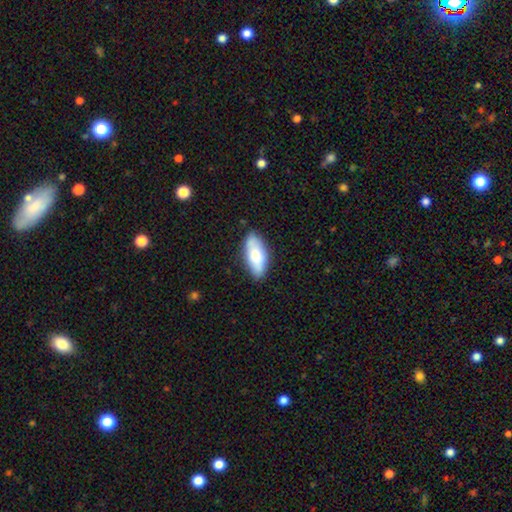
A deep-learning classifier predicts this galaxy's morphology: Smooth or featured? smooth (79%)
How rounded? in between (84%)
Merging? none (81%)